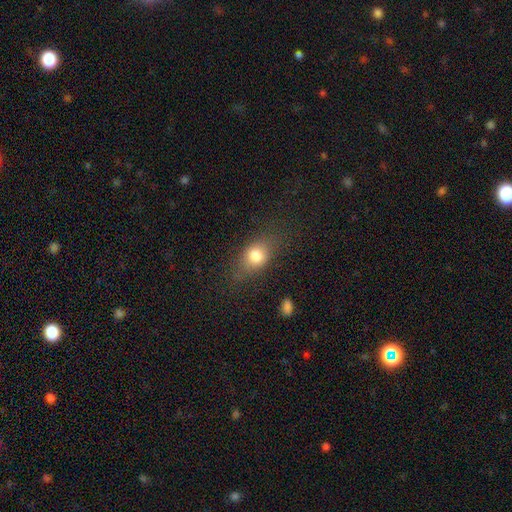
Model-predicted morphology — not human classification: Smooth or featured? smooth (75%)
How rounded? in between (63%)
Merging? none (72%)